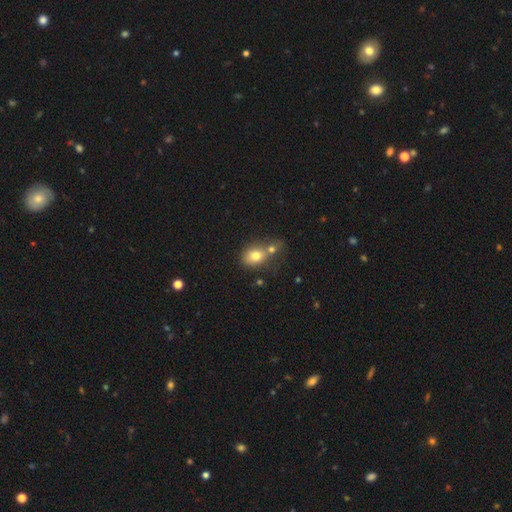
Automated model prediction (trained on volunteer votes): The model was most divided on "how rounded": in between: 55%, round: 44%, cigar-shaped: 1%. Remaining: smooth or featured — smooth (76%); merging — merger (48%).